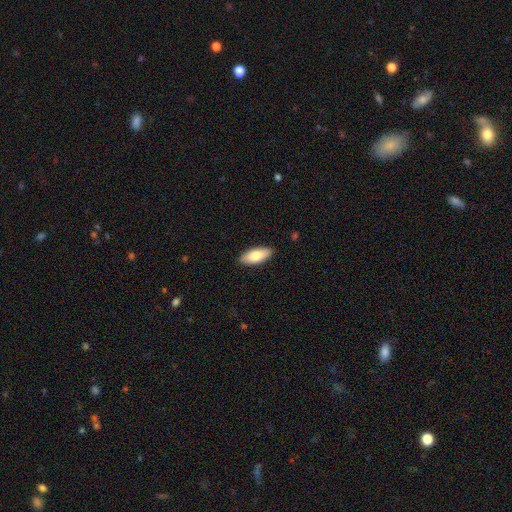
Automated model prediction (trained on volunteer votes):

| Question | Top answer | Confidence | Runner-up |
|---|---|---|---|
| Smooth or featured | smooth | 79% | featured or disk (16%) |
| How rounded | in between | 80% | cigar-shaped (18%) |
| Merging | none | 89% | minor disturbance (8%) |